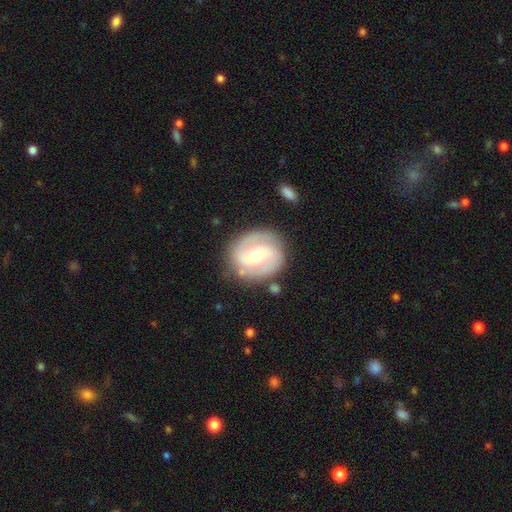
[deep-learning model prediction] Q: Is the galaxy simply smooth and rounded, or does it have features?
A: featured or disk — 81%.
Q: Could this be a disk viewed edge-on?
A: no — 98%.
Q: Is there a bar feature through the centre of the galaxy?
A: weak — 46%.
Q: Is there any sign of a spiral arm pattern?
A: yes — 93%.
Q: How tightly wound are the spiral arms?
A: medium — 47%.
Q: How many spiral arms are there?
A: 2 — 85%.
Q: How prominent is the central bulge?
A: moderate — 64%.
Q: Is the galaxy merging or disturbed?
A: none — 82%.